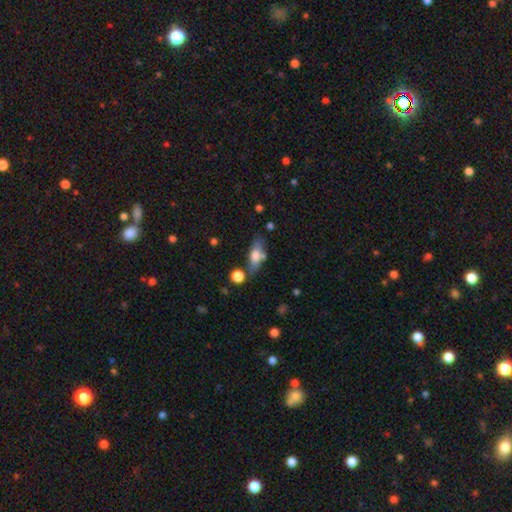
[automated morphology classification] smooth 64%, featured or disk 28%, star or artifact 8%. Down the decision tree: how rounded — in between (68%); merging — none (59%).